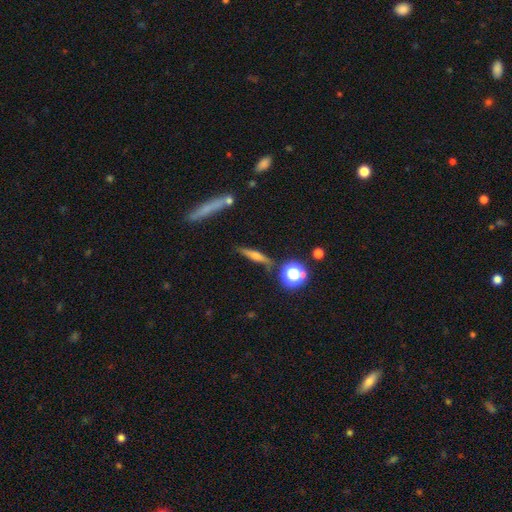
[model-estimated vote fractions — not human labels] Smooth or featured: featured or disk — 45% (smooth — 40%)
Merging: none — 78% (minor disturbance — 13%)